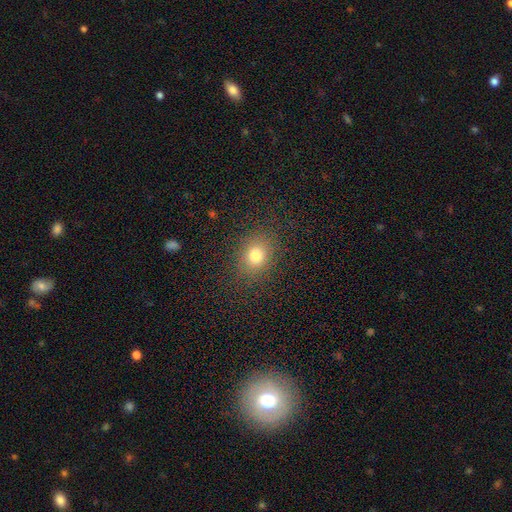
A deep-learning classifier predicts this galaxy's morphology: Smooth or featured? Predicted: smooth (p=0.78). How rounded? Predicted: round (p=0.62). Merging? Predicted: none (p=0.86).